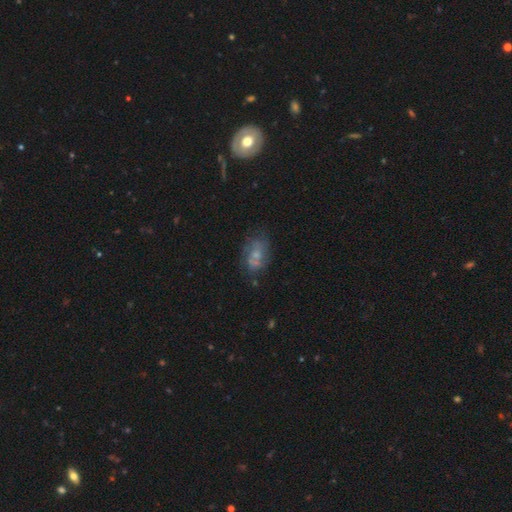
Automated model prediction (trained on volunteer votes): Morphology: type=featured or disk (50%); edge-on=no (96%); merging=none (56%).